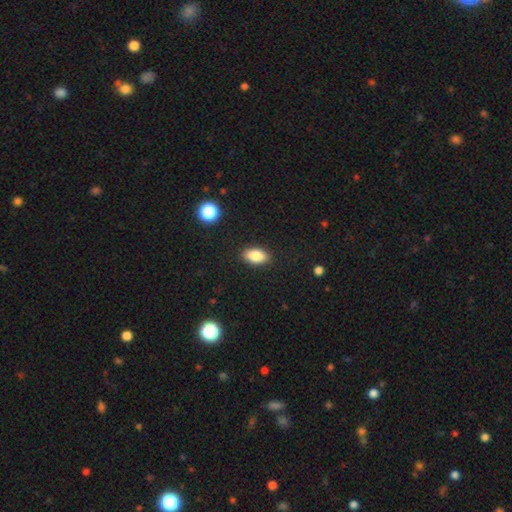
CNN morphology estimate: This appears to be a smooth galaxy with no disk features (84%) that is in between round and cigar-shaped (90%). Merging: none (89%).